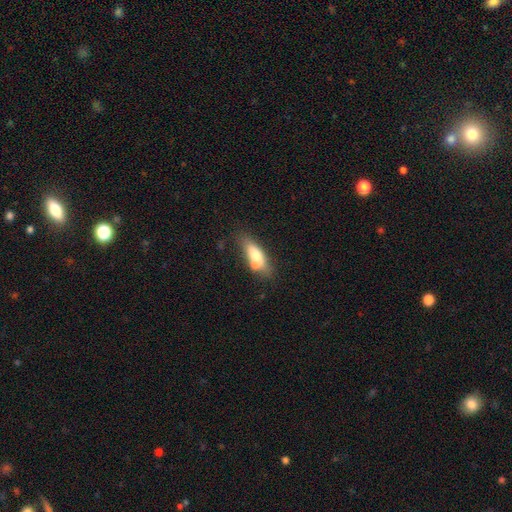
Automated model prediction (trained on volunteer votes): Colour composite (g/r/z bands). It shows a smooth galaxy with no disk features (65%) that is in between round and cigar-shaped (62%). Merging: none (51%).